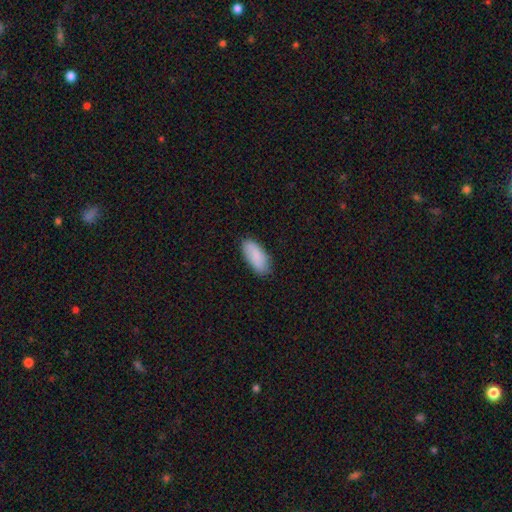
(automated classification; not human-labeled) smooth 85%, featured or disk 9%, star or artifact 6%. Down the decision tree: how rounded — in between (86%); merging — none (84%).